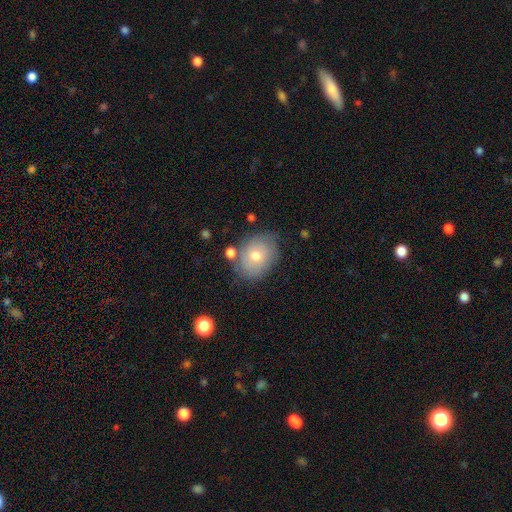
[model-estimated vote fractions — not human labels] Morphology: type=smooth (65%); roundness=in between (55%); merging=none (67%).